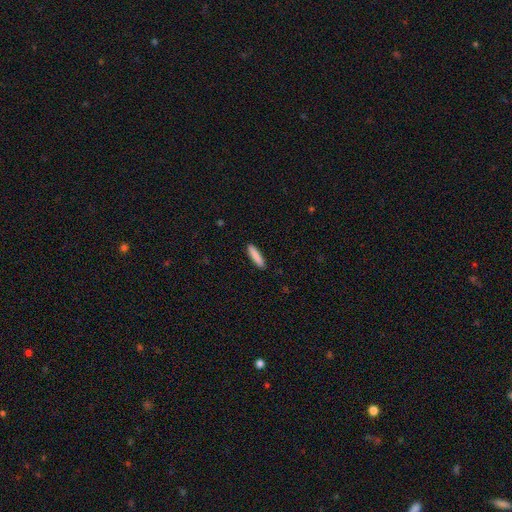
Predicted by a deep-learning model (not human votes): Morphology: type=smooth (87%); roundness=cigar-shaped (84%); merging=none (91%).